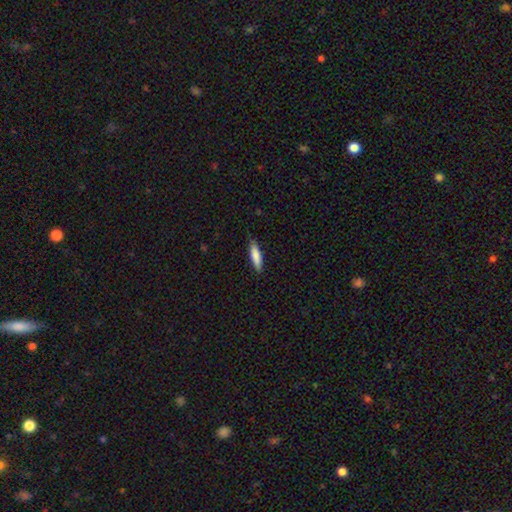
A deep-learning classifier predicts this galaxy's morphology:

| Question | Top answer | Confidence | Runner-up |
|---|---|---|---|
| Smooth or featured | smooth | 83% | featured or disk (11%) |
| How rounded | cigar-shaped | 70% | in between (28%) |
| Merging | none | 84% | minor disturbance (13%) |